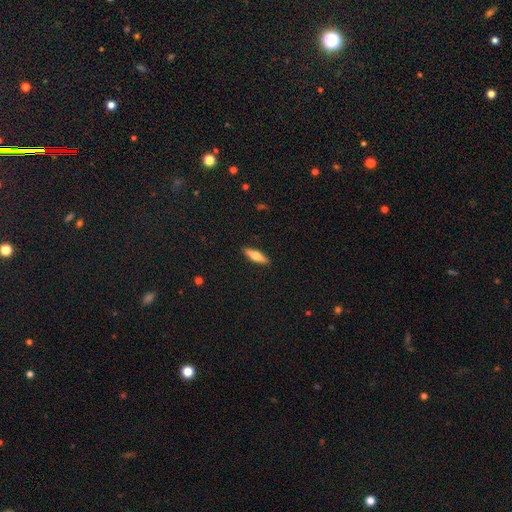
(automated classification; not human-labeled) smooth_or_featured: smooth (p=0.54) [alt: featured or disk p=0.40]
how_rounded: cigar-shaped (p=0.66) [alt: in between p=0.32]
merging: none (p=0.90) [alt: minor disturbance p=0.07]